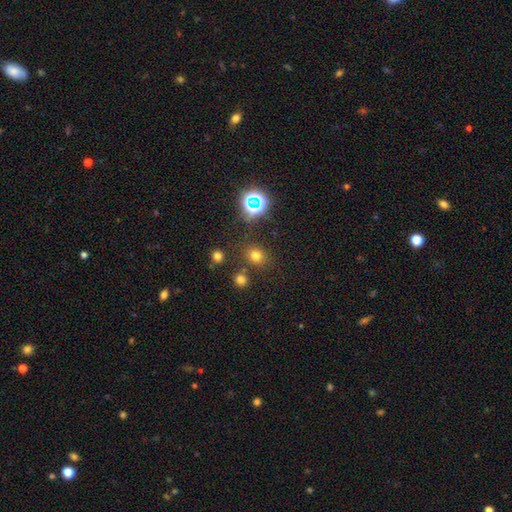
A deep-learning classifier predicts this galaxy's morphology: This appears to be a smooth galaxy with no disk features (69%) that is round (73%). Merging: none (79%).